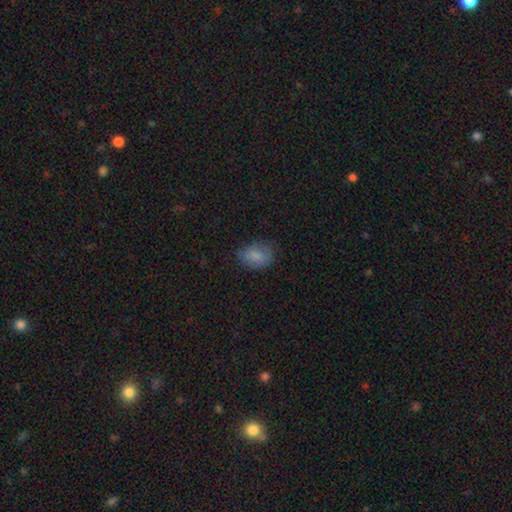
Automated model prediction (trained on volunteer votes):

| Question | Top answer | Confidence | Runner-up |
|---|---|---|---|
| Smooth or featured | smooth | 81% | featured or disk (10%) |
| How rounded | in between | 80% | round (19%) |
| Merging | none | 71% | minor disturbance (22%) |